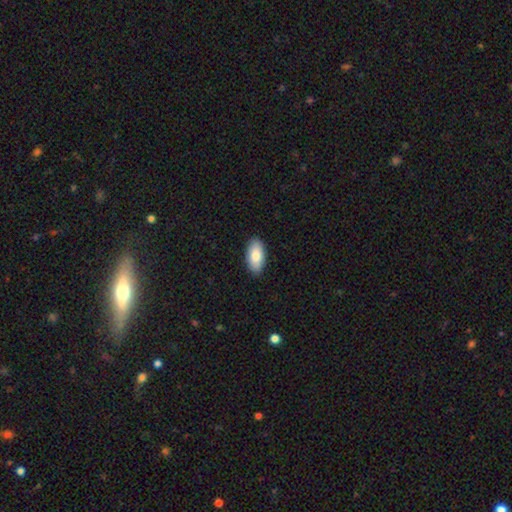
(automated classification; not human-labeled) Smooth or featured?
  - smooth: 84% *
  - featured or disk: 10%
  - star or artifact: 6%
How rounded?
  - in between: 94% *
  - cigar-shaped: 4%
  - round: 2%
Merging?
  - none: 89% *
  - minor disturbance: 8%
  - major disturbance: 2%
  - merger: 1%